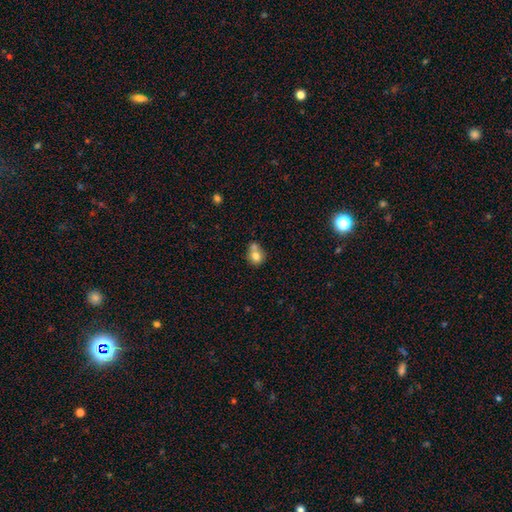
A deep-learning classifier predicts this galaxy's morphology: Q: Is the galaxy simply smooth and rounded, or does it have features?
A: smooth — 74%.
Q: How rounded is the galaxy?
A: round — 73%.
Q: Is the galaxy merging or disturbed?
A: merger — 45%.